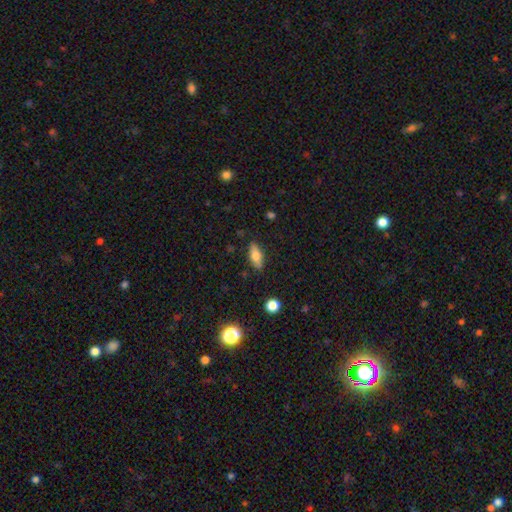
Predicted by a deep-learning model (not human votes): Q: Smooth or featured?
A: smooth (67%); runner-up: featured or disk (25%)
Q: How rounded?
A: in between (71%); runner-up: cigar-shaped (26%)
Q: Merging?
A: none (84%); runner-up: minor disturbance (12%)